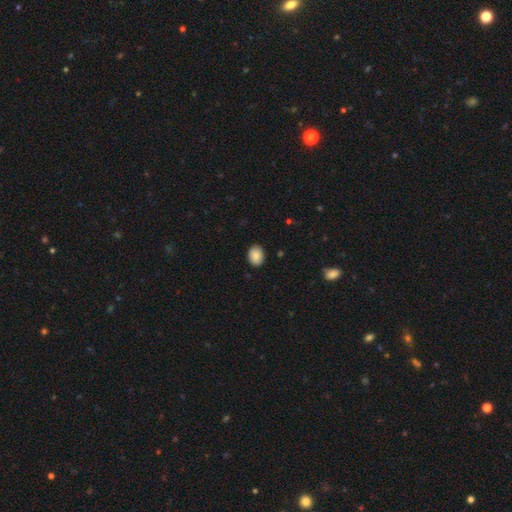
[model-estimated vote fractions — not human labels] Smooth or featured? smooth (89%)
How rounded? in between (66%)
Merging? none (88%)